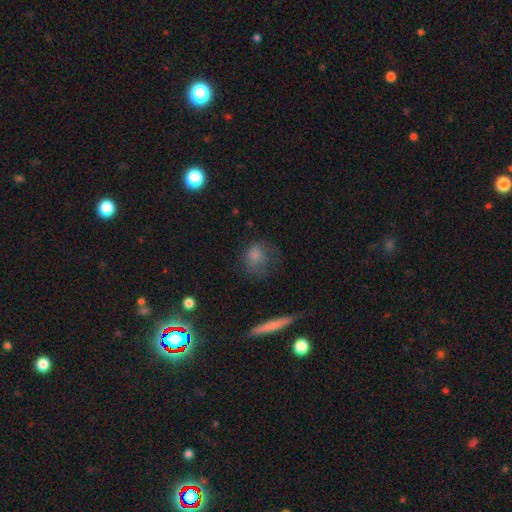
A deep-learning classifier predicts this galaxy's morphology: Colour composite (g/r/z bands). It shows a smooth galaxy with no disk features (75%) that is round (69%). Merging: none (53%).